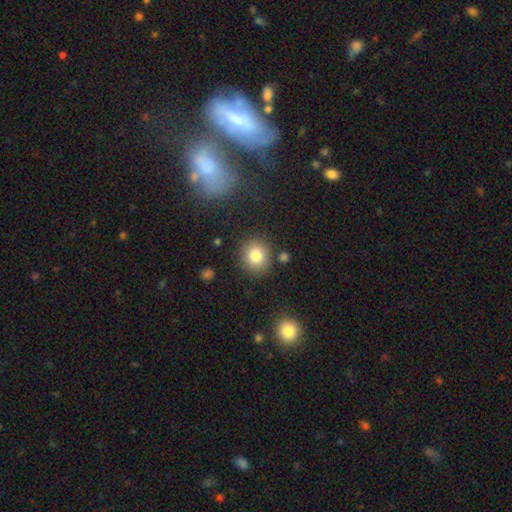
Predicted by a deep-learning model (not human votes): This appears to be a smooth galaxy with no disk features (82%) that is round (83%). Merging: none (84%).